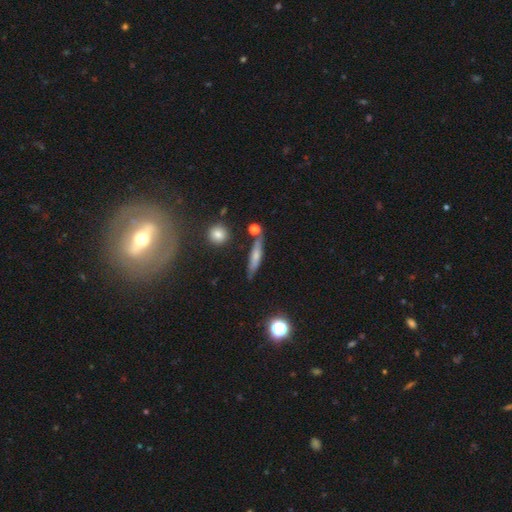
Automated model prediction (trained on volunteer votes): Smooth or featured? smooth (52%)
How rounded? cigar-shaped (80%)
Merging? none (74%)